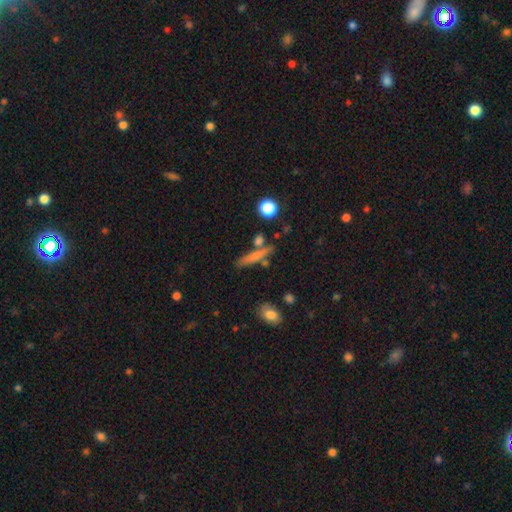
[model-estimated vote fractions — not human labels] This is likely a smooth galaxy (63%). How rounded: clearly cigar-shaped (85%). Merging: likely none (71%).